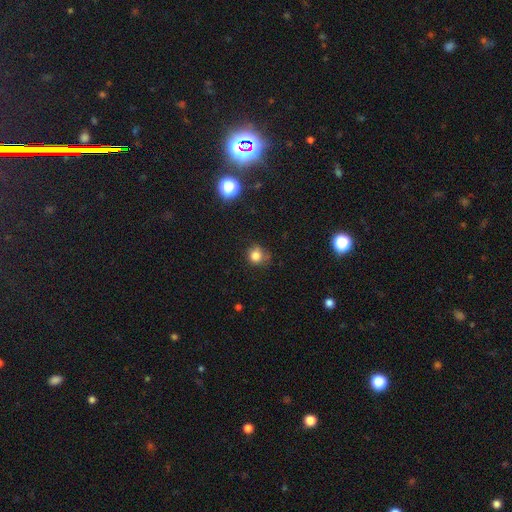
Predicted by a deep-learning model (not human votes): A smooth galaxy with no disk features (79%) that is round (82%). Merging: none (61%).